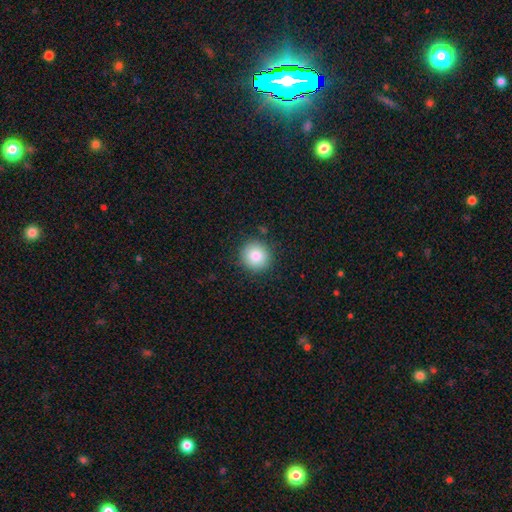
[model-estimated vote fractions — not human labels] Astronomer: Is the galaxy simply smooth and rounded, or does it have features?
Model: smooth — 84%.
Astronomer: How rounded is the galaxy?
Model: round — 91%.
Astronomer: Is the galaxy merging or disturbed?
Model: none — 89%.